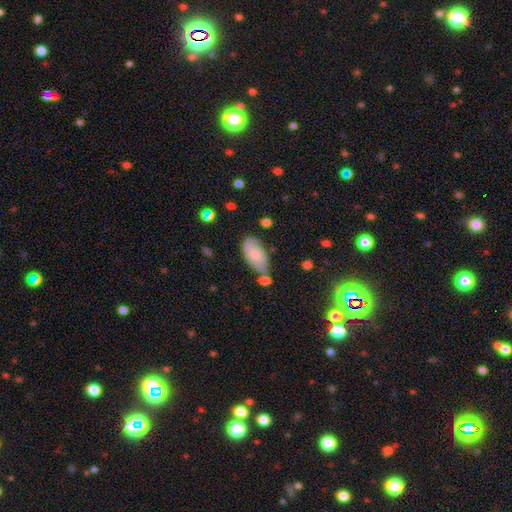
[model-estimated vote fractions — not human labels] A smooth galaxy with no disk features (66%) that is in between round and cigar-shaped (92%).

Vote fractions:
- Smooth or featured? smooth: 66% / featured or disk: 26% / star or artifact: 7%
- How rounded? in between: 92% / cigar-shaped: 6% / round: 3%
- Merging? none: 50% / minor disturbance: 26% / merger: 16% / major disturbance: 8%